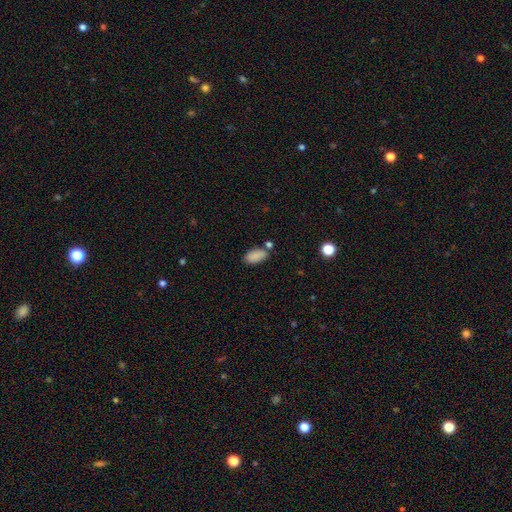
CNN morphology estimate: Smooth or featured? smooth (86%)
How rounded? in between (92%)
Merging? none (69%)